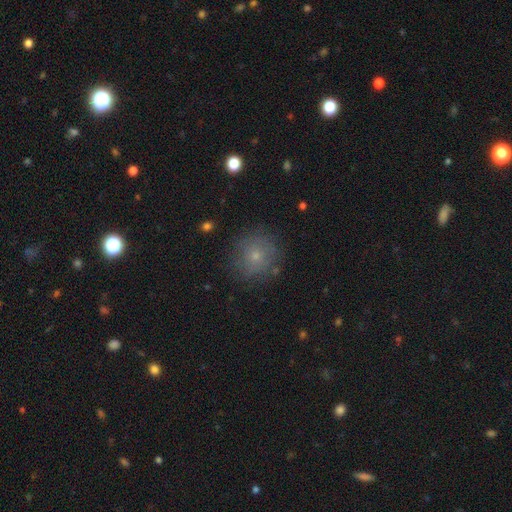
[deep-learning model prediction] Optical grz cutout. It shows a smooth galaxy with no disk features (66%) that is round (92%). Merging: none (81%).